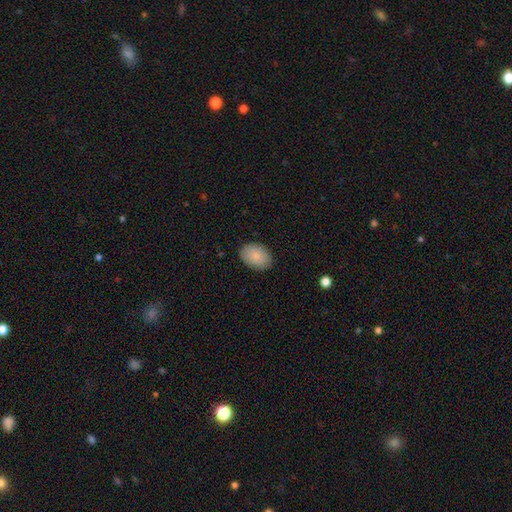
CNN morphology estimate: Overall: smooth (88%). How rounded: in between (82%). Merging: none (86%).